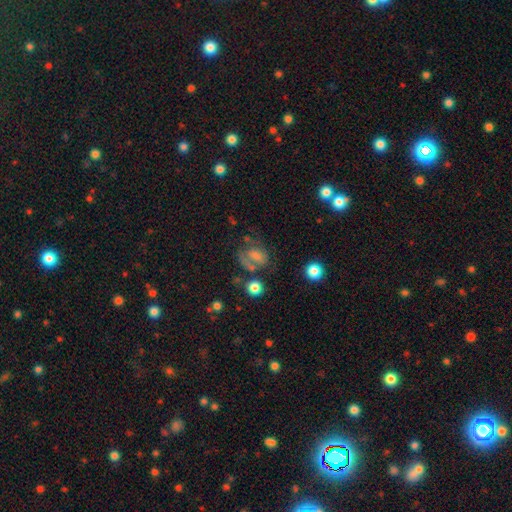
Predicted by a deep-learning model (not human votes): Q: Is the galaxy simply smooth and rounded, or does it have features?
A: smooth — 50%.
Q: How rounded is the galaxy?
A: in between — 61%.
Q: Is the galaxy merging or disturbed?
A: none — 38%.